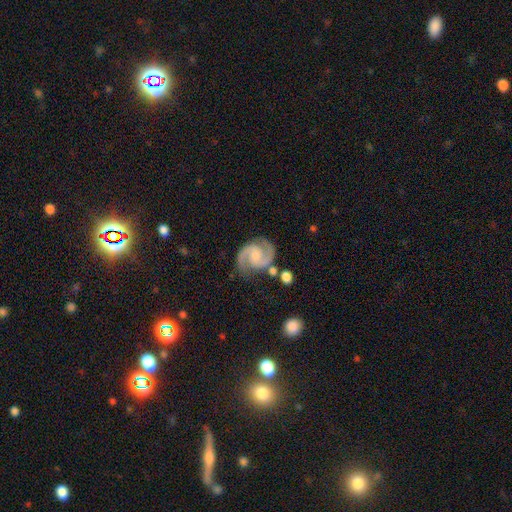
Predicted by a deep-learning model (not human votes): Overall: featured or disk (91%). Edge-on disk: no (98%). Bar: no (53%; weak 37%). Spiral arms: yes (98%). Spiral arm count: 2 (94%). Spiral winding: medium (61%; tight 28%). Bulge size: small (39%; moderate 31%). Merging: none (79%).